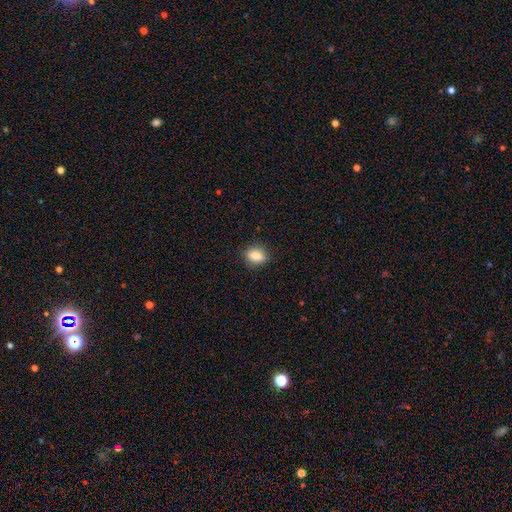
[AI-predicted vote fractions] Smooth or featured?
  - smooth: 81% *
  - featured or disk: 10%
  - star or artifact: 9%
How rounded?
  - in between: 62% *
  - round: 33%
  - cigar-shaped: 5%
Merging?
  - none: 85% *
  - minor disturbance: 11%
  - major disturbance: 3%
  - merger: 1%